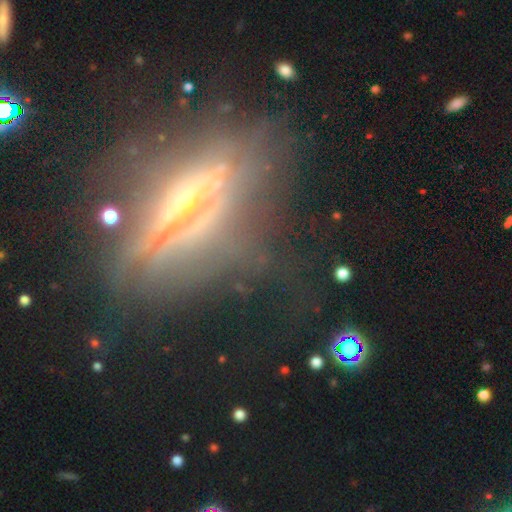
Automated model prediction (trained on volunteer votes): Q: Smooth or featured?
A: featured or disk (66%); runner-up: star or artifact (18%)
Q: Edge-on disk?
A: yes (73%); runner-up: no (27%)
Q: Merging?
A: none (64%); runner-up: minor disturbance (17%)